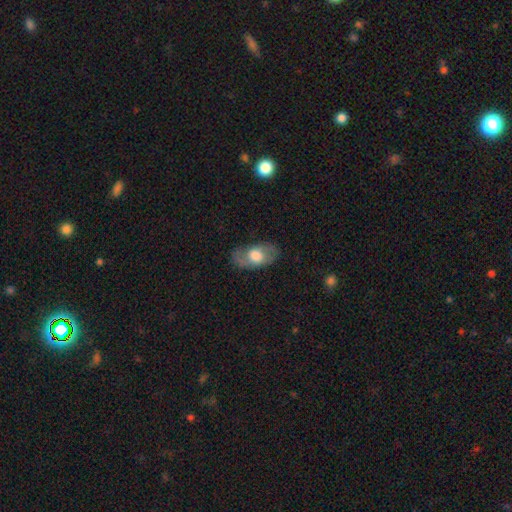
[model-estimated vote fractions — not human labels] This appears to be a smooth galaxy with no disk features (53%) that is in between round and cigar-shaped (89%). Merging: none (74%).